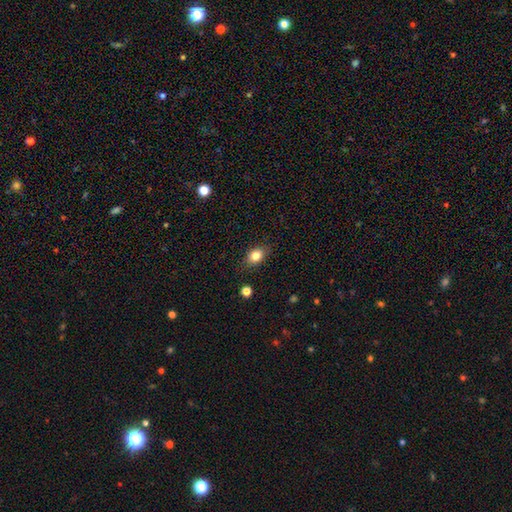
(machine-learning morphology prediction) A smooth galaxy with no disk features (82%) that is in between round and cigar-shaped (68%). Merging: none (82%).